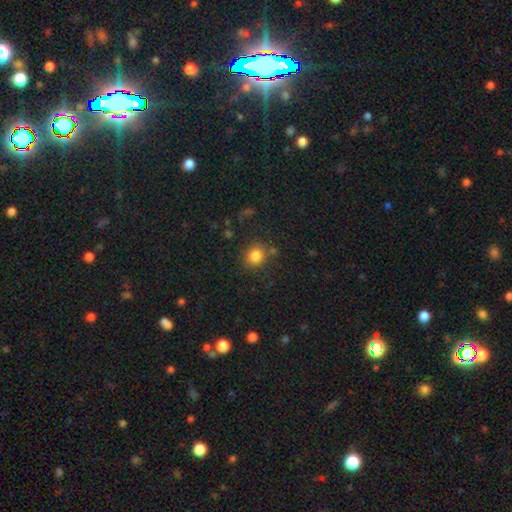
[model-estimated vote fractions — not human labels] Q: Smooth or featured?
A: smooth (82%); runner-up: star or artifact (12%)
Q: How rounded?
A: round (79%); runner-up: in between (20%)
Q: Merging?
A: none (80%); runner-up: minor disturbance (11%)